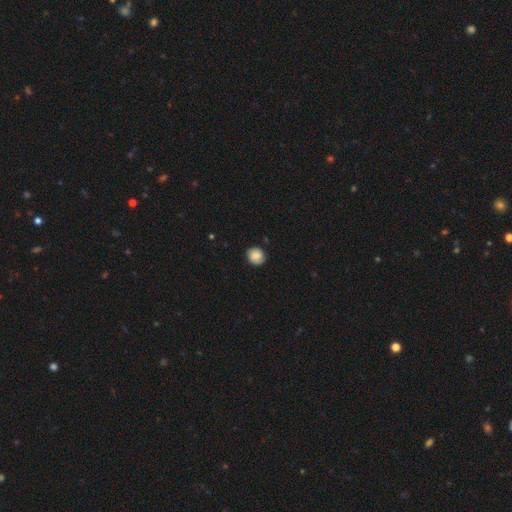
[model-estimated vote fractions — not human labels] Overall: smooth (78%). How rounded: round (78%). Merging: none (84%).